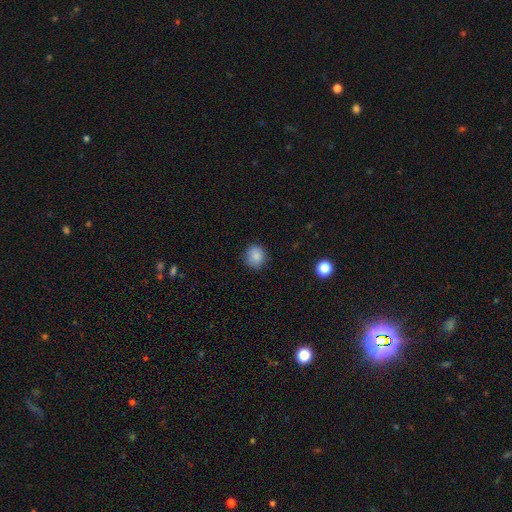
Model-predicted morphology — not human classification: smooth 87%, star or artifact 9%, featured or disk 4%. Down the decision tree: how rounded — round (80%); merging — none (86%).